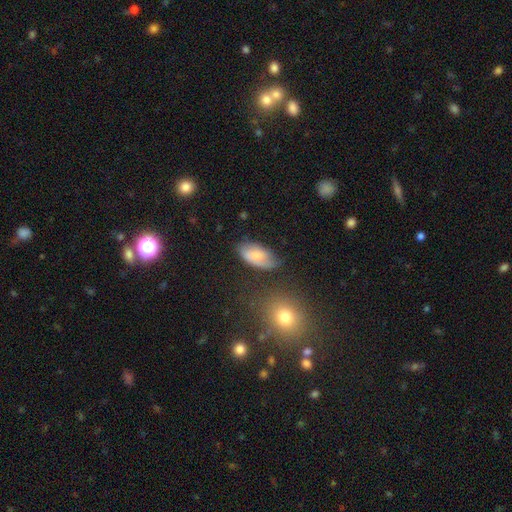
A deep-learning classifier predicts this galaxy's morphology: Smooth or featured: smooth — 65% (featured or disk — 27%)
How rounded: in between — 93% (cigar-shaped — 4%)
Merging: none — 61% (minor disturbance — 28%)